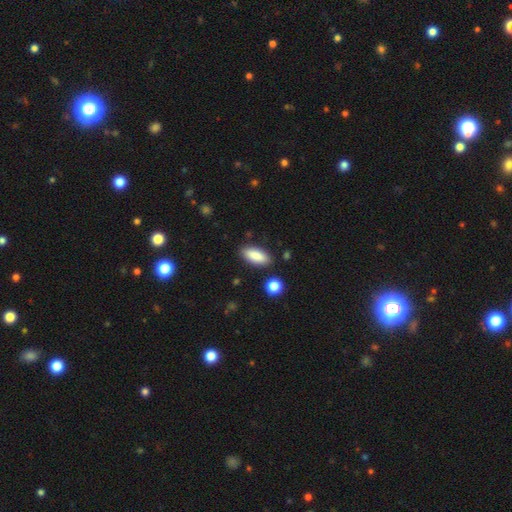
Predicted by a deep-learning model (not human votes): smooth_or_featured: smooth (p=0.87) [alt: star or artifact p=0.07]
how_rounded: in between (p=0.84) [alt: cigar-shaped p=0.14]
merging: none (p=0.85) [alt: minor disturbance p=0.10]